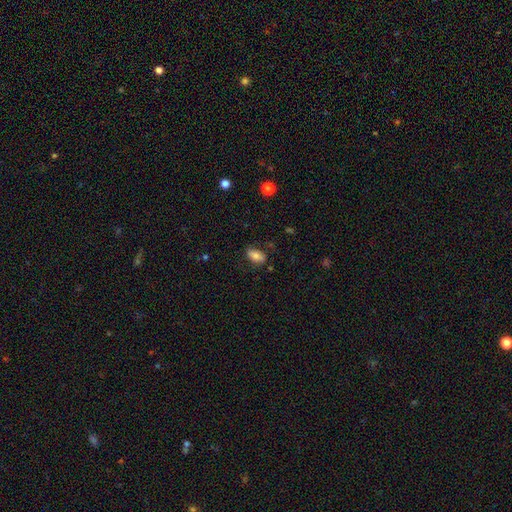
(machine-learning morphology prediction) A smooth galaxy with no disk features (75%) that is in between round and cigar-shaped (89%).

Vote fractions:
- Smooth or featured? smooth: 75% / featured or disk: 17% / star or artifact: 9%
- How rounded? in between: 89% / round: 6% / cigar-shaped: 5%
- Merging? none: 76% / minor disturbance: 18% / major disturbance: 4% / merger: 2%